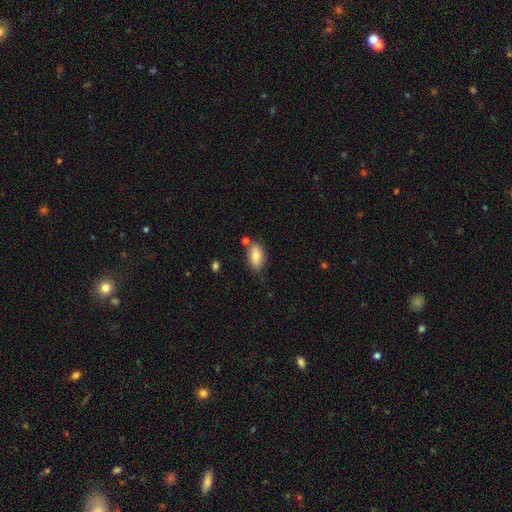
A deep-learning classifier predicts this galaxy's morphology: type=smooth (81%); roundness=in between (92%); merging=none (74%).